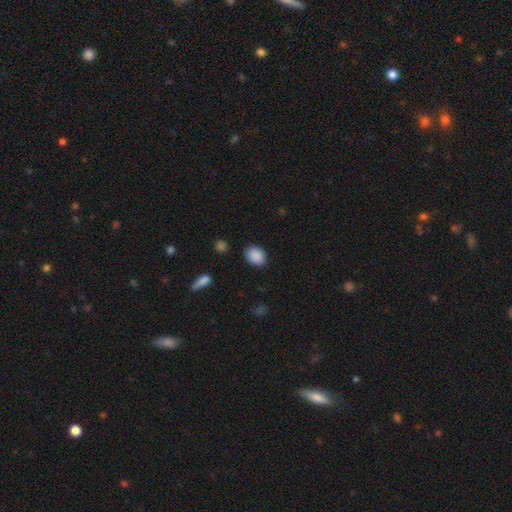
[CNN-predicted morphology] Smooth or featured? Predicted: smooth (p=0.89). How rounded? Predicted: in between (p=0.66). Merging? Predicted: none (p=0.85).